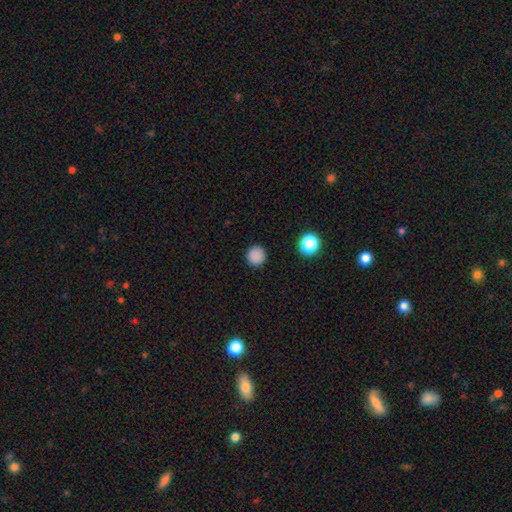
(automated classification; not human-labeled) A smooth galaxy with no disk features (86%) that is round (94%). Merging: none (91%).